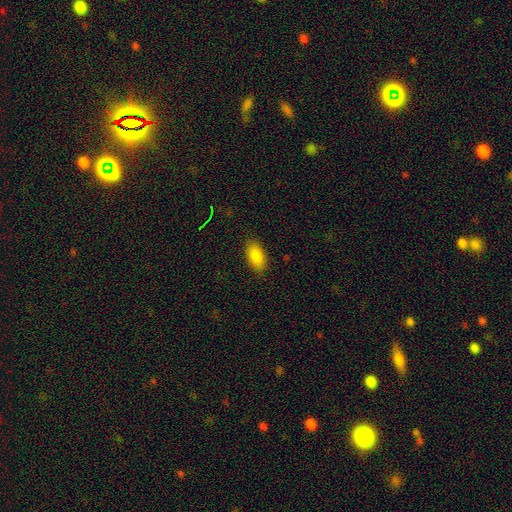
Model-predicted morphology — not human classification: Smooth or featured?
  - smooth: 86% *
  - star or artifact: 8%
  - featured or disk: 6%
How rounded?
  - in between: 92% *
  - cigar-shaped: 5%
  - round: 3%
Merging?
  - none: 87% *
  - minor disturbance: 10%
  - major disturbance: 2%
  - merger: 1%